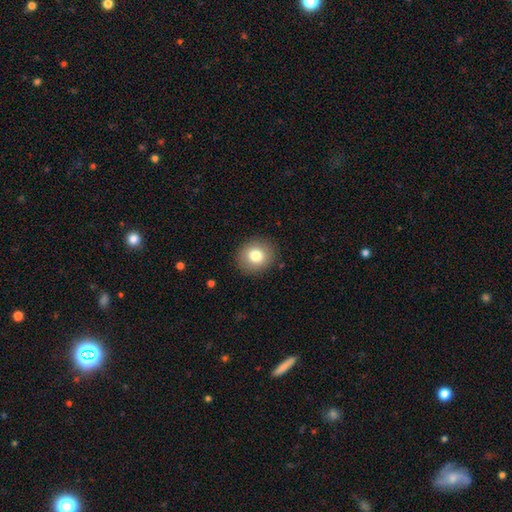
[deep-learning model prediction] Smooth or featured?
  - smooth: 80% *
  - featured or disk: 11%
  - star or artifact: 9%
How rounded?
  - round: 80% *
  - in between: 20%
  - cigar-shaped: 1%
Merging?
  - none: 89% *
  - minor disturbance: 7%
  - major disturbance: 2%
  - merger: 1%